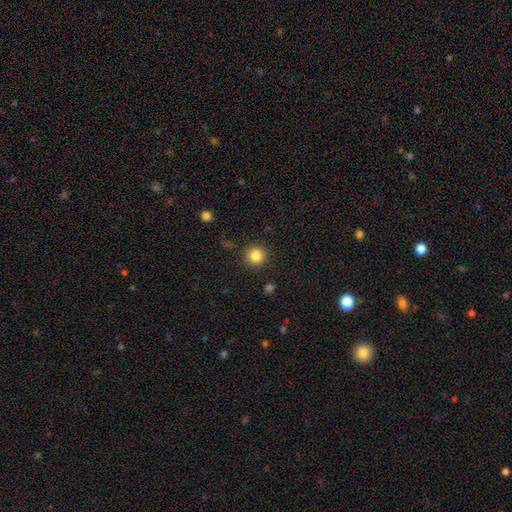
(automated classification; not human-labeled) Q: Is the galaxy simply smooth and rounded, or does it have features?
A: smooth — 84%.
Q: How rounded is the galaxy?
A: round — 94%.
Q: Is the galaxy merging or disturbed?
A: none — 91%.